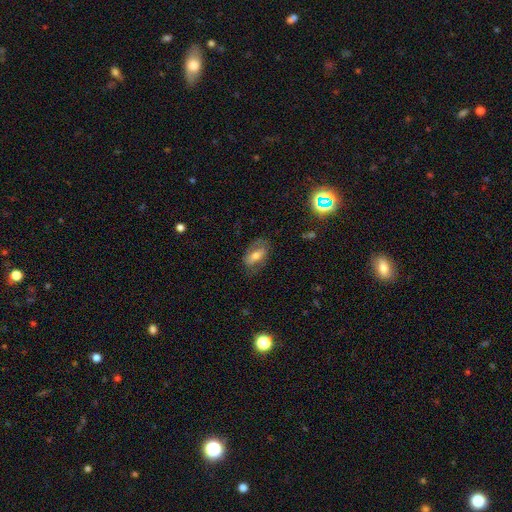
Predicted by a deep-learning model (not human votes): This is possibly a smooth galaxy (48%). Merging: likely none (71%).